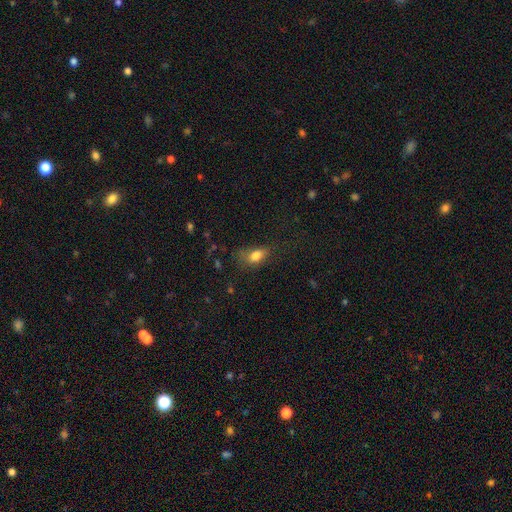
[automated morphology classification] A smooth galaxy with no disk features (79%) that is in between round and cigar-shaped (80%).

Vote fractions:
- Smooth or featured? smooth: 79% / star or artifact: 11% / featured or disk: 10%
- How rounded? in between: 80% / round: 16% / cigar-shaped: 5%
- Merging? none: 51% / minor disturbance: 29% / major disturbance: 18% / merger: 3%